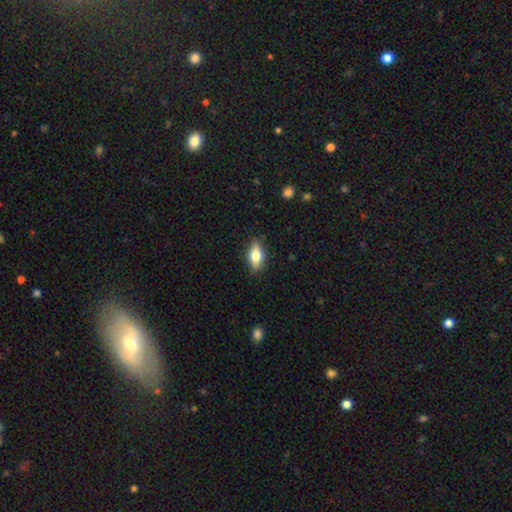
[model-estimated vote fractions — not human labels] Overall: smooth (69%). How rounded: in between (82%). Merging: none (84%).